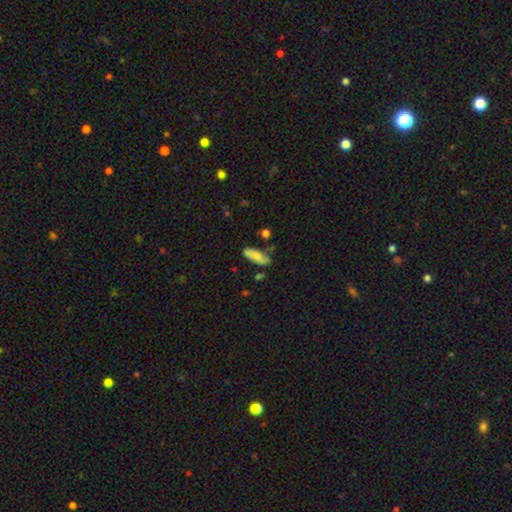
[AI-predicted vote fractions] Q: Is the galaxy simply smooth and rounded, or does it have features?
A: smooth — 80%.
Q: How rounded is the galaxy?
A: in between — 65%.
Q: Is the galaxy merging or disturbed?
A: none — 66%.